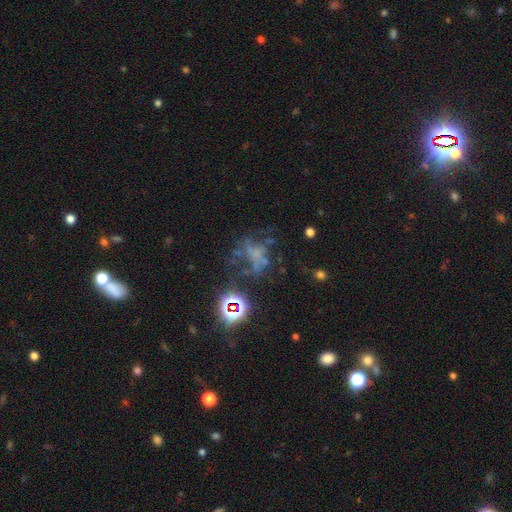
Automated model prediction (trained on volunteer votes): A featured or disk galaxy (42%).

Vote fractions:
- Smooth or featured? featured or disk: 42% / star or artifact: 37% / smooth: 21%
- Merging? none: 41% / major disturbance: 32% / minor disturbance: 17% / merger: 10%